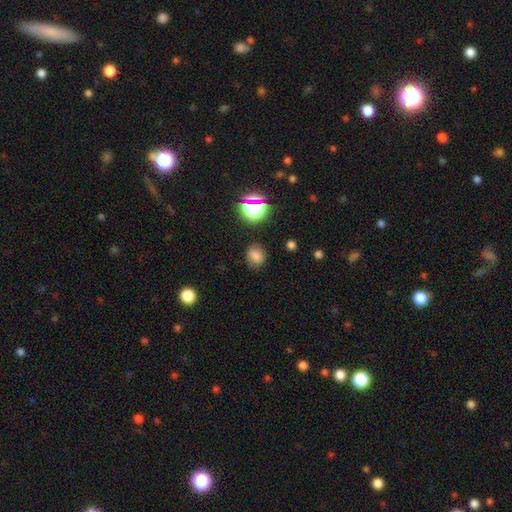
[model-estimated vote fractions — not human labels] smooth 74%, star or artifact 19%, featured or disk 8%. Down the decision tree: how rounded — round (53%); merging — none (80%).